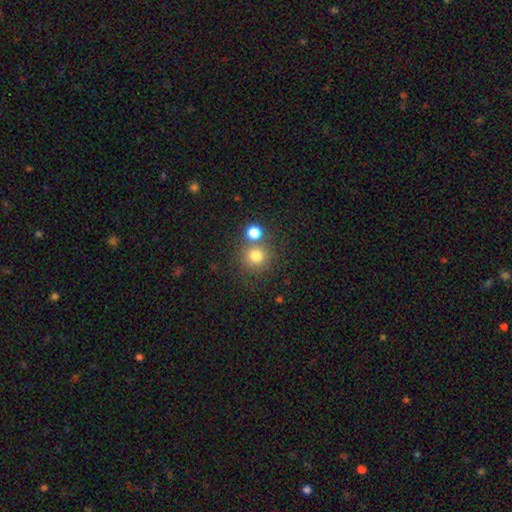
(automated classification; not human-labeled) smooth 78%, star or artifact 14%, featured or disk 8%. Down the decision tree: how rounded — round (92%); merging — none (68%).